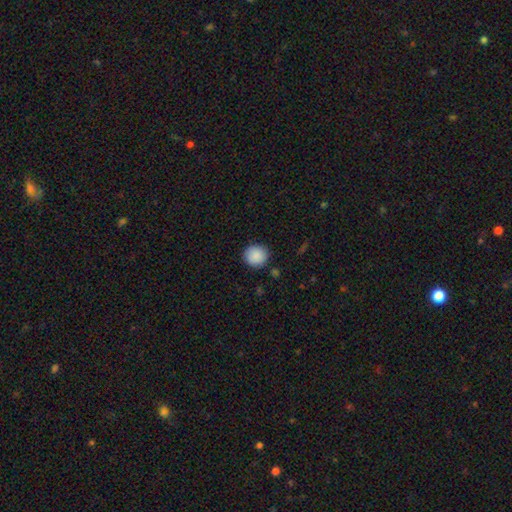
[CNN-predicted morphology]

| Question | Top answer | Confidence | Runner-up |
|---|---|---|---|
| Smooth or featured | smooth | 89% | star or artifact (7%) |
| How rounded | round | 91% | in between (8%) |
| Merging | none | 88% | minor disturbance (8%) |